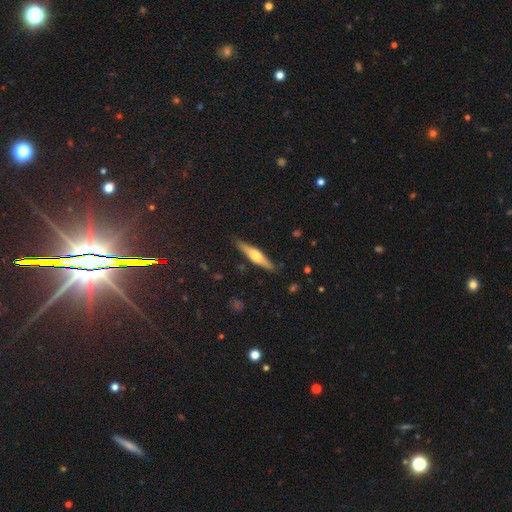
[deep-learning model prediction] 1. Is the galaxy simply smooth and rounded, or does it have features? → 56% featured or disk, 38% smooth, 6% star or artifact.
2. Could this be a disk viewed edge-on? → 95% yes, 5% no.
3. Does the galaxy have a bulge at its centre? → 89% rounded, 7% boxy, 4% none.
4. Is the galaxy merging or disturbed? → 87% none, 9% minor disturbance, 2% major disturbance, 1% merger.